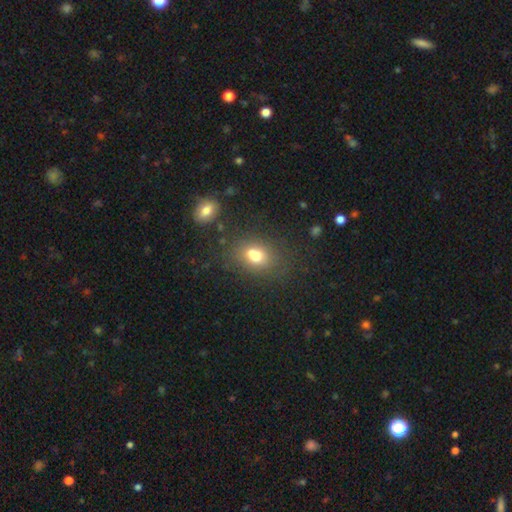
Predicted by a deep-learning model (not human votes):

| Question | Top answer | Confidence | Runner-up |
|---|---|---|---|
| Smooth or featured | smooth | 75% | star or artifact (13%) |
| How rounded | in between | 76% | round (22%) |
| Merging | none | 70% | minor disturbance (15%) |